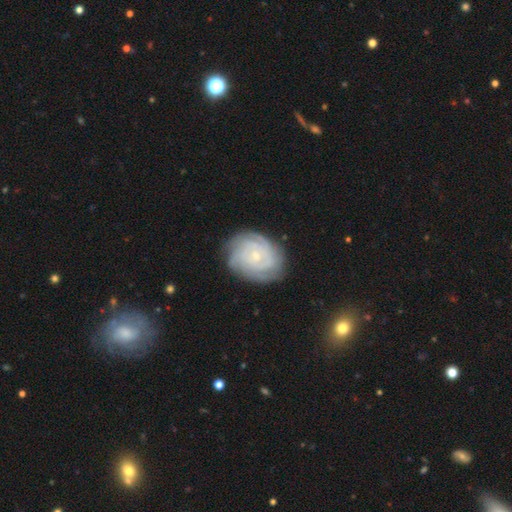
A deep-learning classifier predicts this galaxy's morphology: Smooth or featured? featured or disk (82%)
Edge-on disk? no (97%)
Bar? no (77%)
Spiral arms? yes (96%)
Spiral winding? tight (80%)
Spiral arm count? can't tell (29%)
Bulge size? small (79%)
Merging? none (79%)